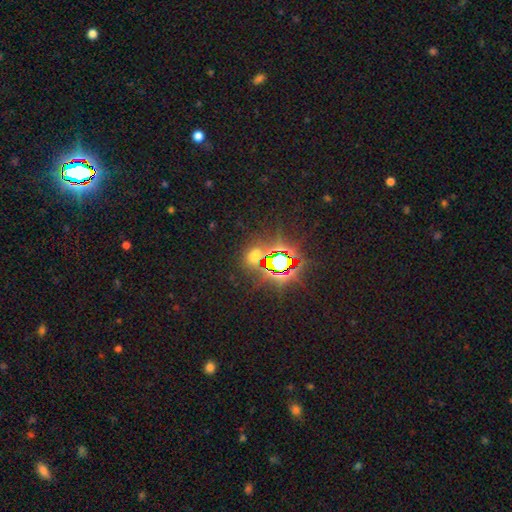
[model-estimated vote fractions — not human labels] Overall: star or artifact (65%; smooth 28%).